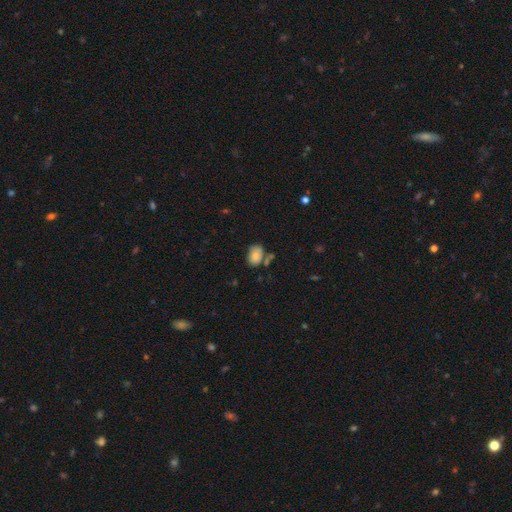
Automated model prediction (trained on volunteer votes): Smooth or featured?
  - smooth: 77% *
  - featured or disk: 14%
  - star or artifact: 9%
How rounded?
  - in between: 76% *
  - round: 23%
  - cigar-shaped: 1%
Merging?
  - none: 57% *
  - minor disturbance: 22%
  - merger: 15%
  - major disturbance: 6%